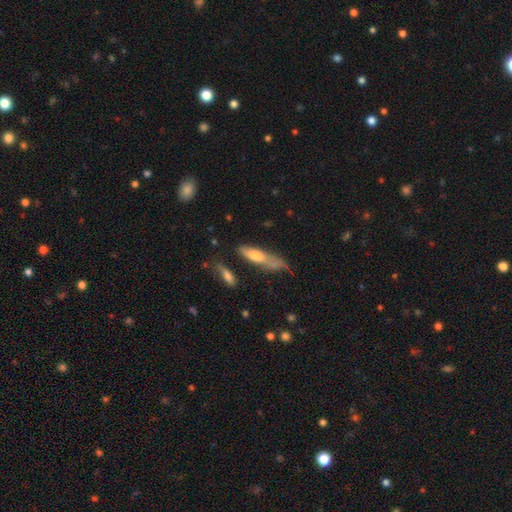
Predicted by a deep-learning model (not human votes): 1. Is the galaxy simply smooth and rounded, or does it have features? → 58% smooth, 34% featured or disk, 7% star or artifact.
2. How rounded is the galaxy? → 71% cigar-shaped, 27% in between, 2% round.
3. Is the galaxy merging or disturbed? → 43% none, 31% minor disturbance, 16% major disturbance, 10% merger.